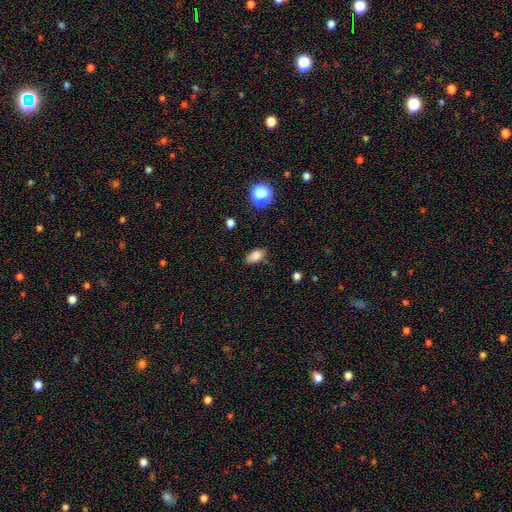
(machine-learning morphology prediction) smooth 82%, star or artifact 10%, featured or disk 7%. Down the decision tree: how rounded — in between (88%); merging — none (78%).